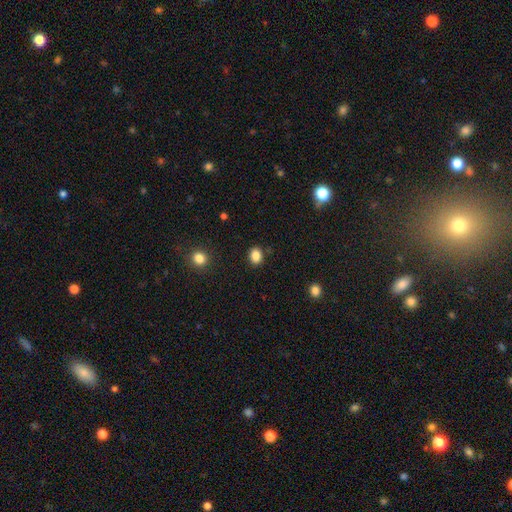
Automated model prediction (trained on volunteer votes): smooth-or-featured: smooth: 86% | star or artifact: 11% | featured or disk: 4%
  how-rounded: in between: 51% | round: 48% | cigar-shaped: 1%
  merging: none: 87% | minor disturbance: 8% | major disturbance: 2% | merger: 2%